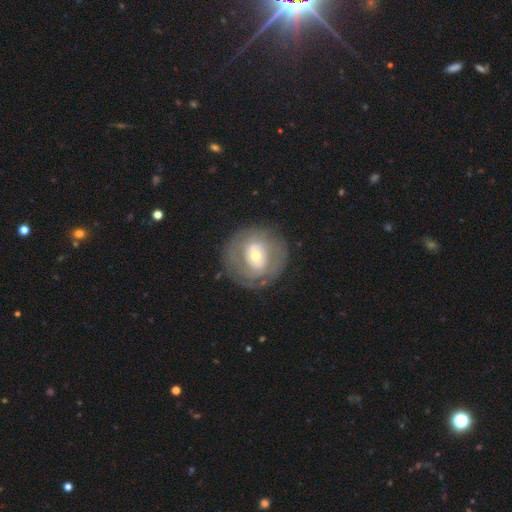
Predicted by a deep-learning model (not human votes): This is likely a featured or disk galaxy (66%). It is clearly not viewed edge-on (96%). Bar: possibly no (59%). Spiral arm pattern: possibly yes (51%). Central bulge: possibly moderate (57%). Merging: likely none (78%).